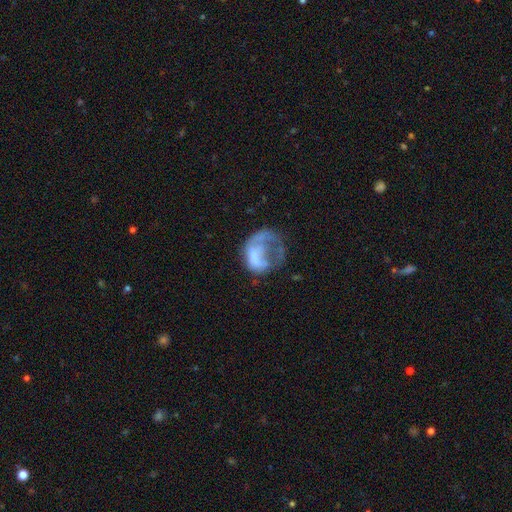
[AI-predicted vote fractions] This appears to be a featured or disk galaxy (50%). Merging: major disturbance (54%).